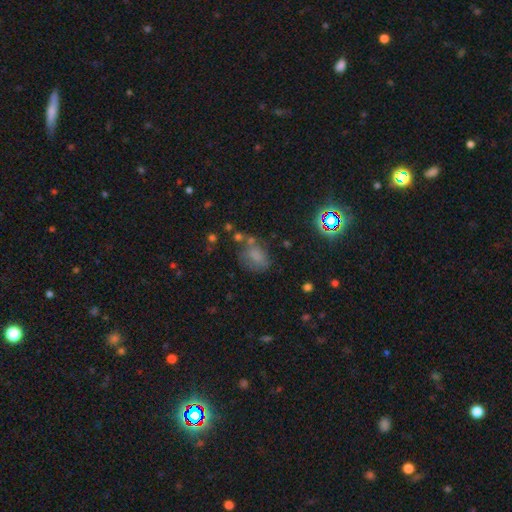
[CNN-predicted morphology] smooth-or-featured: smooth: 62% | star or artifact: 20% | featured or disk: 18%
  how-rounded: in between: 67% | round: 31% | cigar-shaped: 2%
  merging: none: 47% | minor disturbance: 24% | major disturbance: 17% | merger: 12%